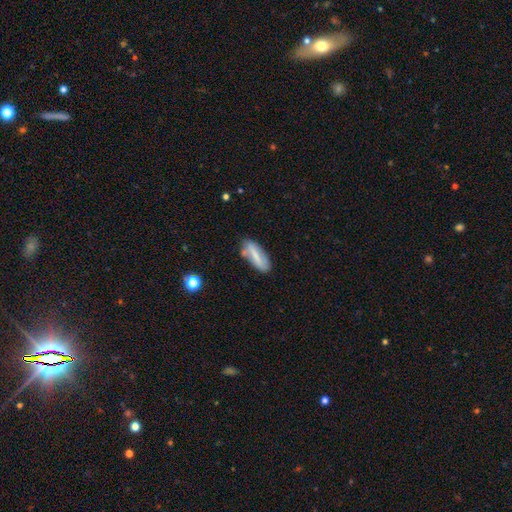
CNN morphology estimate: Overall: smooth (57%; featured or disk 36%). How rounded: in between (61%; cigar-shaped 36%). Merging: none (70%).